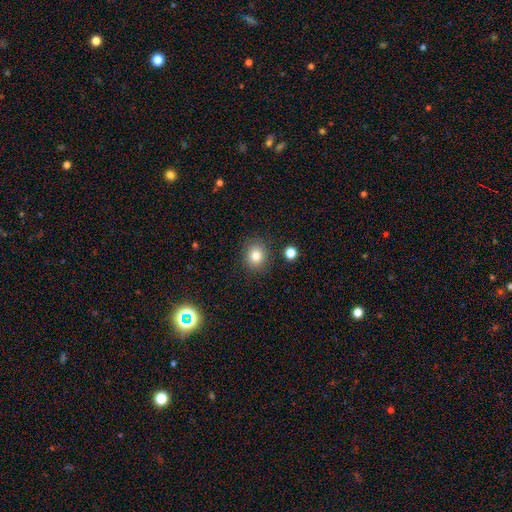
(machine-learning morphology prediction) The model was most divided on "how rounded": round: 80%, in between: 19%, cigar-shaped: 1%. More confident: merging — none (86%); smooth or featured — smooth (81%).